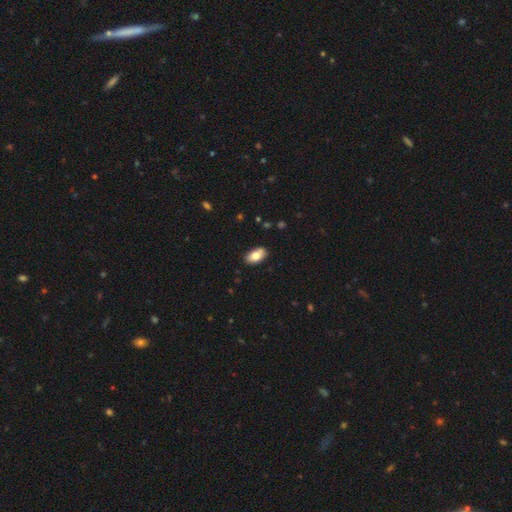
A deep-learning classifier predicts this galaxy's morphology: This is likely a smooth galaxy (78%). How rounded: clearly in between (93%). Merging: clearly none (85%).